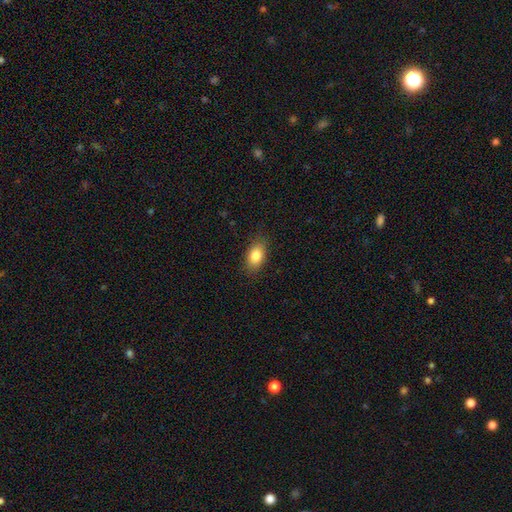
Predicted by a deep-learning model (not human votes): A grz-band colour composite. It shows a smooth galaxy with no disk features (83%) that is in between round and cigar-shaped (86%). Merging: none (85%).